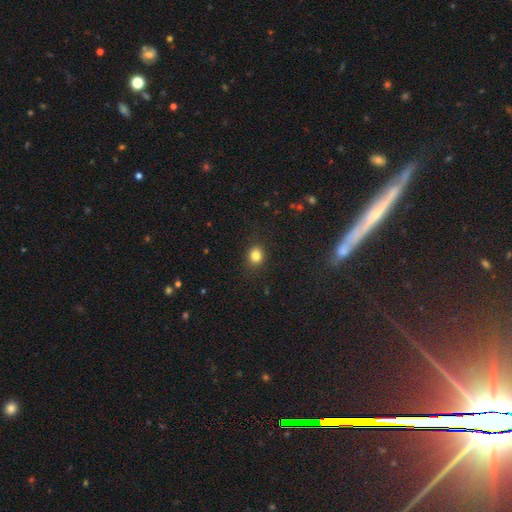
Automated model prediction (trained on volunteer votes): Q: Smooth or featured?
A: smooth (83%); runner-up: star or artifact (12%)
Q: How rounded?
A: round (72%); runner-up: in between (27%)
Q: Merging?
A: none (87%); runner-up: minor disturbance (9%)